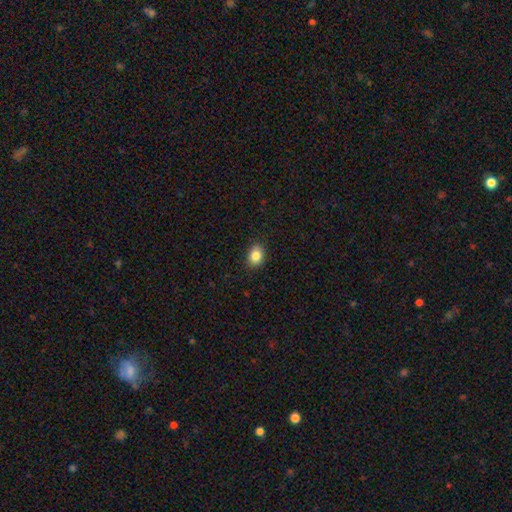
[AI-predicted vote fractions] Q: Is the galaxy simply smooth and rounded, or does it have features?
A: smooth — 85%.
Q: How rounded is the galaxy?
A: in between — 62%.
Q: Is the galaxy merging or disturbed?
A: none — 88%.